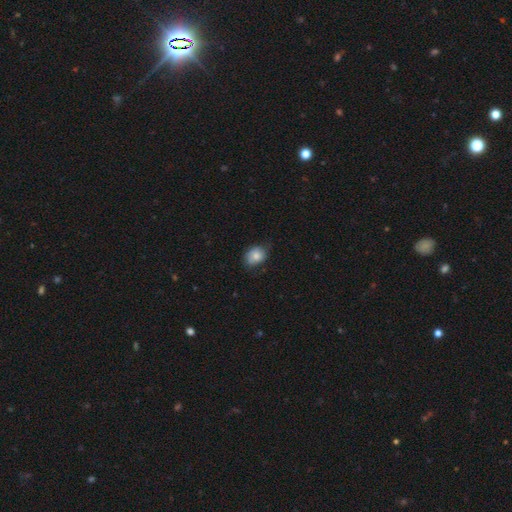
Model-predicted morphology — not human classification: smooth 77%, featured or disk 15%, star or artifact 8%. Down the decision tree: how rounded — in between (55%); merging — none (63%).